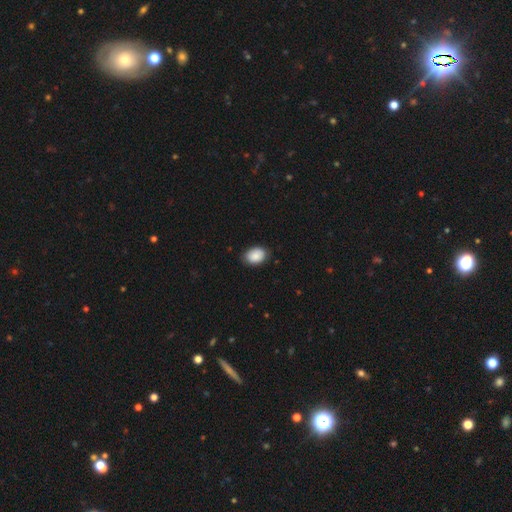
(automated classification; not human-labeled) The model was most divided on "how rounded": in between: 75%, round: 24%, cigar-shaped: 1%. More confident: smooth or featured — smooth (88%); merging — none (82%).